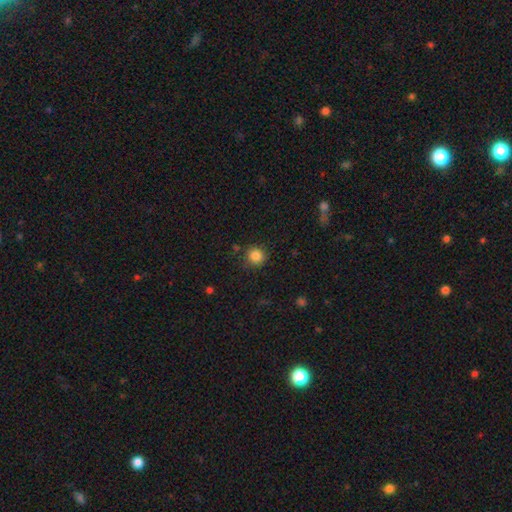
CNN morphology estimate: Overall: smooth (84%). How rounded: round (91%). Merging: none (85%).